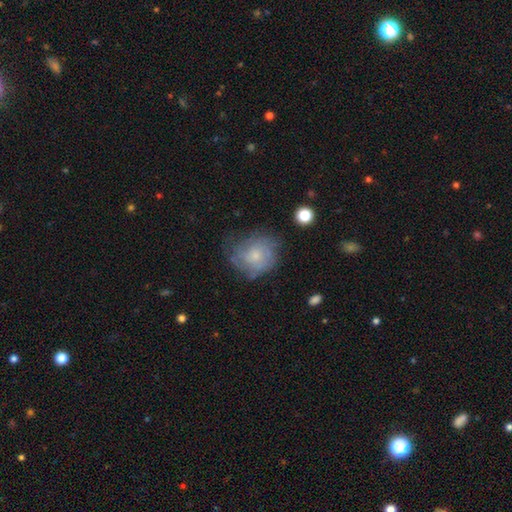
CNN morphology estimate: Q: Smooth or featured?
A: smooth (49%); runner-up: featured or disk (41%)
Q: Merging?
A: none (57%); runner-up: minor disturbance (27%)